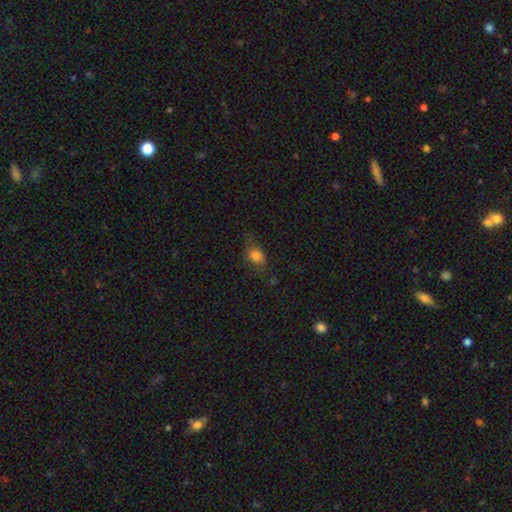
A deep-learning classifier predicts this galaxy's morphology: A smooth galaxy with no disk features (76%) that is in between round and cigar-shaped (64%).

Vote fractions:
- Smooth or featured? smooth: 76% / star or artifact: 13% / featured or disk: 12%
- How rounded? in between: 64% / round: 33% / cigar-shaped: 3%
- Merging? none: 59% / minor disturbance: 26% / major disturbance: 13% / merger: 2%